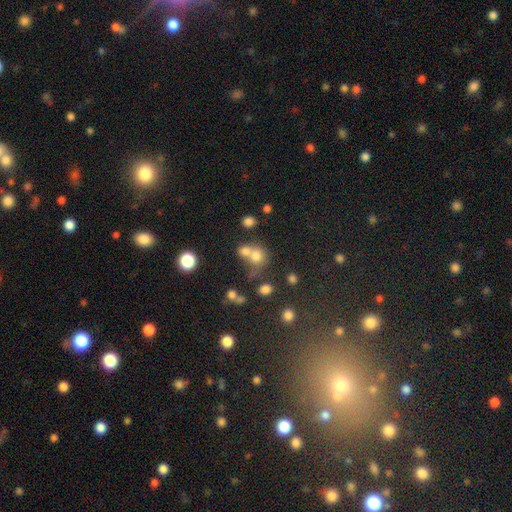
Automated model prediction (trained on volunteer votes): Smooth or featured?
  - smooth: 71% *
  - star or artifact: 16%
  - featured or disk: 13%
How rounded?
  - round: 75% *
  - in between: 23%
  - cigar-shaped: 1%
Merging?
  - merger: 53% *
  - none: 34%
  - minor disturbance: 8%
  - major disturbance: 5%